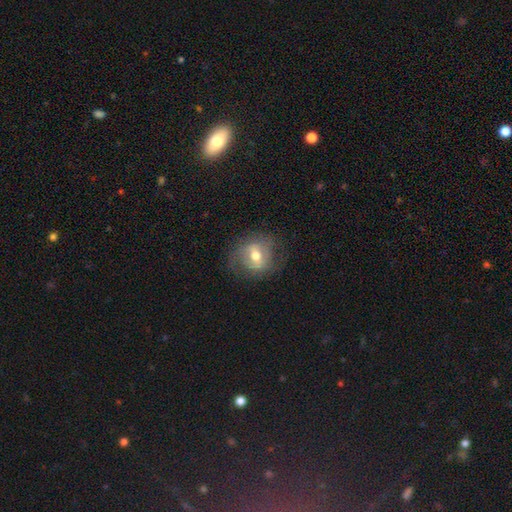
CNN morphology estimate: Smooth or featured: featured or disk — 56% (smooth — 36%)
Edge-on disk: no — 90% (yes — 10%)
Bar: weak — 40% (tied with strong — 40%)
Spiral arms: no — 57% (yes — 43%)
Bulge size: moderate — 74% (small — 13%)
Merging: none — 72% (minor disturbance — 17%)